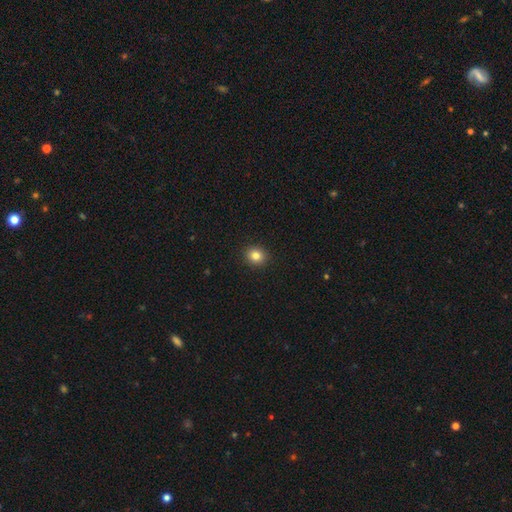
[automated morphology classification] This appears to be a smooth galaxy with no disk features (82%) that is round (77%). Merging: none (92%).